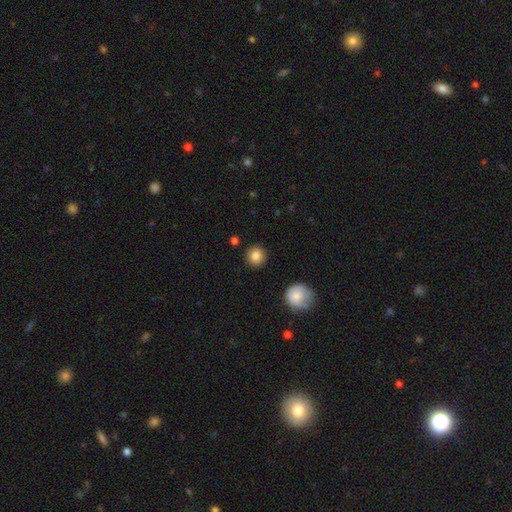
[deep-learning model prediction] smooth 85%, star or artifact 9%, featured or disk 5%. Down the decision tree: how rounded — round (93%); merging — none (90%).